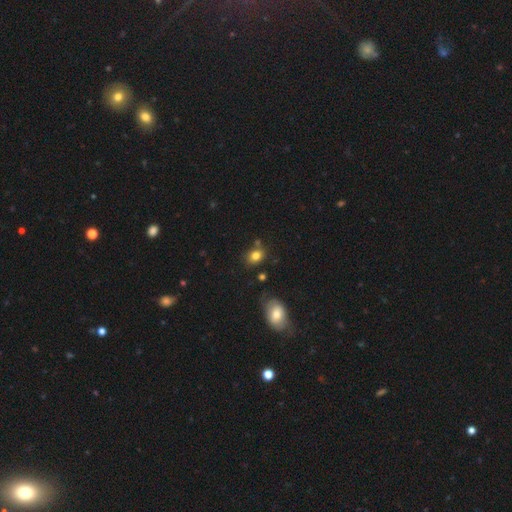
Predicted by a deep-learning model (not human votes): Smooth or featured?
  - smooth: 81% *
  - star or artifact: 11%
  - featured or disk: 8%
How rounded?
  - in between: 57% *
  - round: 42%
  - cigar-shaped: 1%
Merging?
  - none: 72% *
  - minor disturbance: 15%
  - merger: 9%
  - major disturbance: 4%